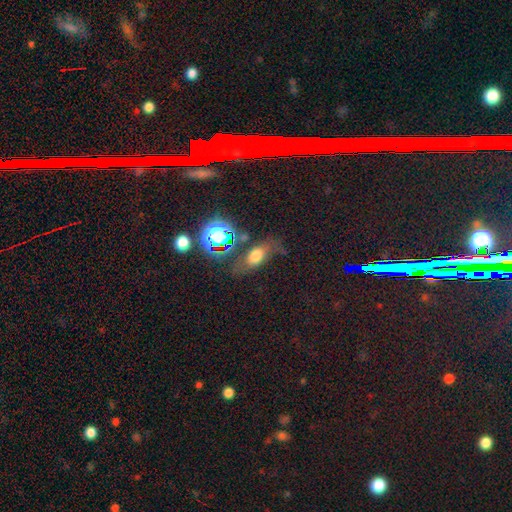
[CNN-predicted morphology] Overall: smooth (59%; featured or disk 21%). How rounded: in between (77%). Merging: none (55%; minor disturbance 22%).